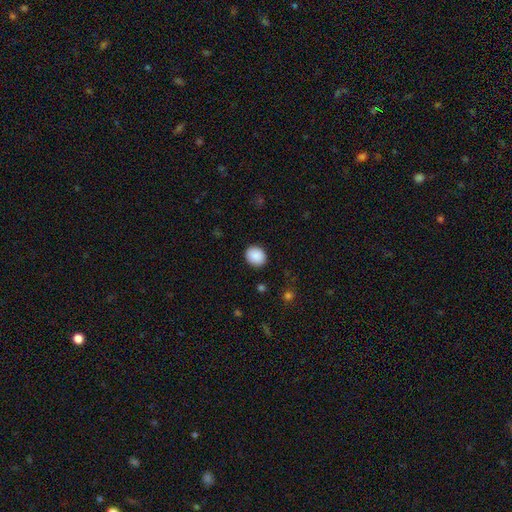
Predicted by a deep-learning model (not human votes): This appears to be a smooth galaxy with no disk features (90%) that is round (61%). Merging: none (90%).